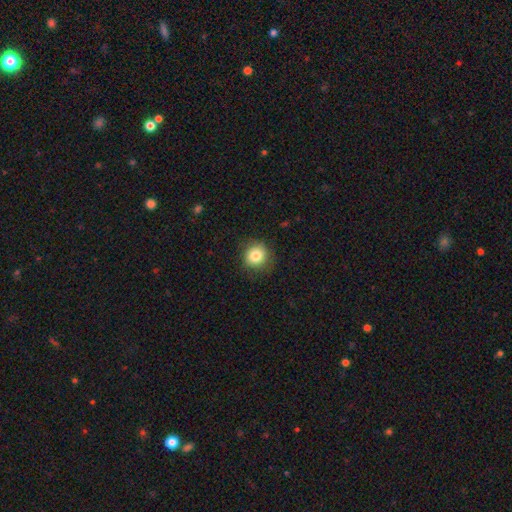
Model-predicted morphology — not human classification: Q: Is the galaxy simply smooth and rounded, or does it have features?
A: smooth — 83%.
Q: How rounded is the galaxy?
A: round — 90%.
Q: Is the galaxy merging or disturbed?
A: none — 83%.